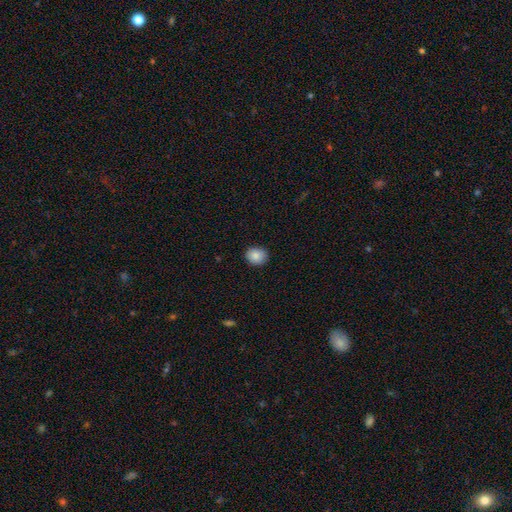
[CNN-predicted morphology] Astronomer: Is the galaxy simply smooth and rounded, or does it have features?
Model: smooth — 87%.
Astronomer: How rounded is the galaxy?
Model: round — 68%.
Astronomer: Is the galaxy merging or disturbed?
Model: none — 89%.